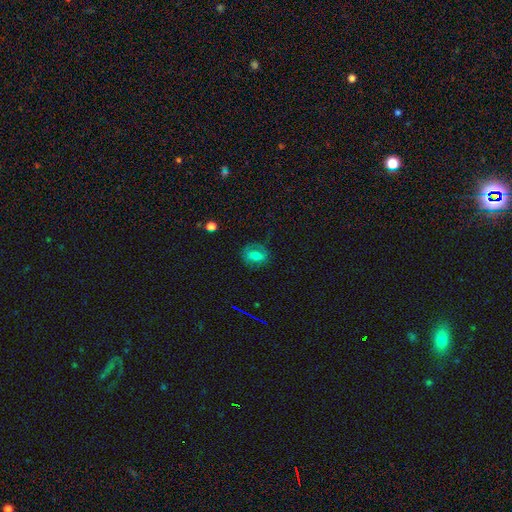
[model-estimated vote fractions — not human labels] Q: Smooth or featured?
A: smooth (50%); runner-up: featured or disk (37%)
Q: Merging?
A: none (69%); runner-up: minor disturbance (19%)